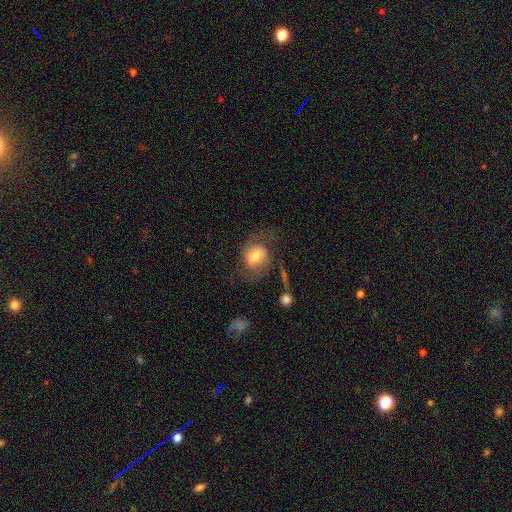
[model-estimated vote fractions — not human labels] Smooth or featured? smooth (55%)
How rounded? round (57%)
Merging? none (47%)